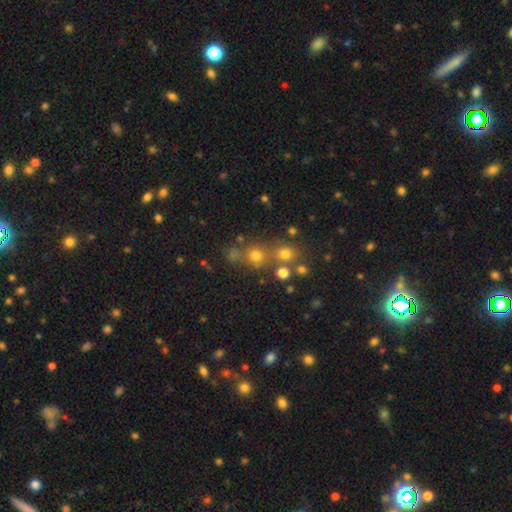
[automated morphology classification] smooth 68%, star or artifact 20%, featured or disk 11%. Down the decision tree: how rounded — round (86%); merging — none (58%).